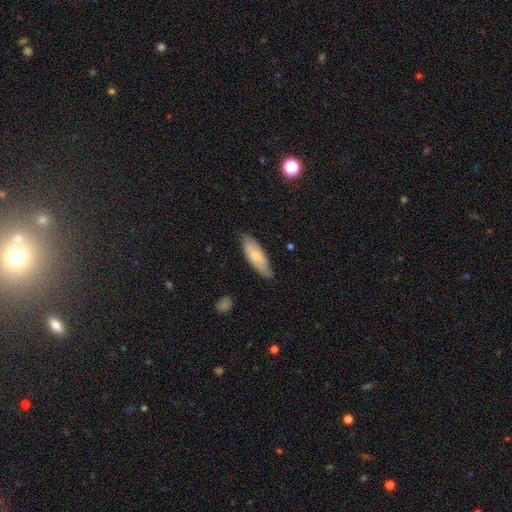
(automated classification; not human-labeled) Overall: smooth (69%). How rounded: in between (58%; cigar-shaped 40%). Merging: none (78%).